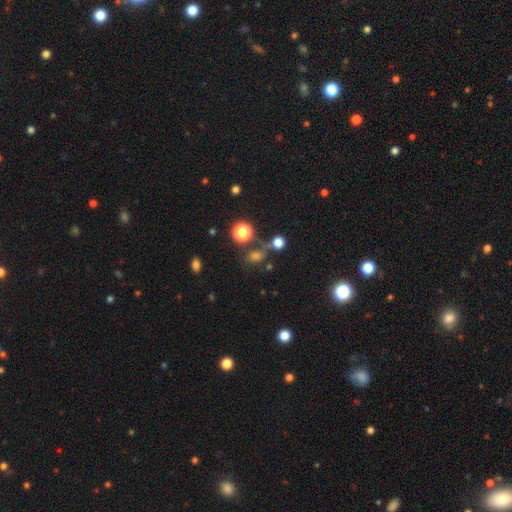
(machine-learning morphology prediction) The model was most divided on "smooth or featured": smooth: 49%, star or artifact: 36%, featured or disk: 16%. More confident: merging — none (56%).